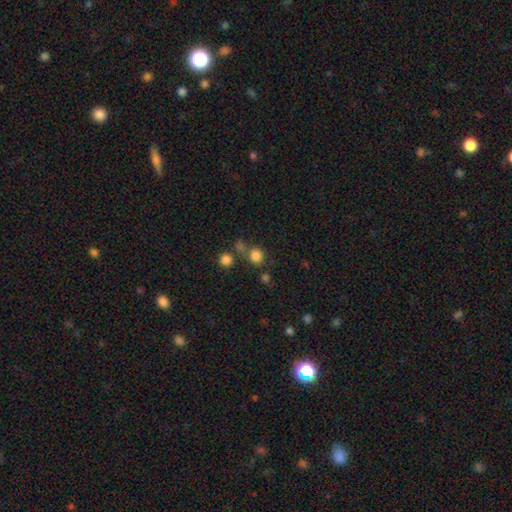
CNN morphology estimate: Smooth or featured? smooth (79%)
How rounded? round (88%)
Merging? none (65%)